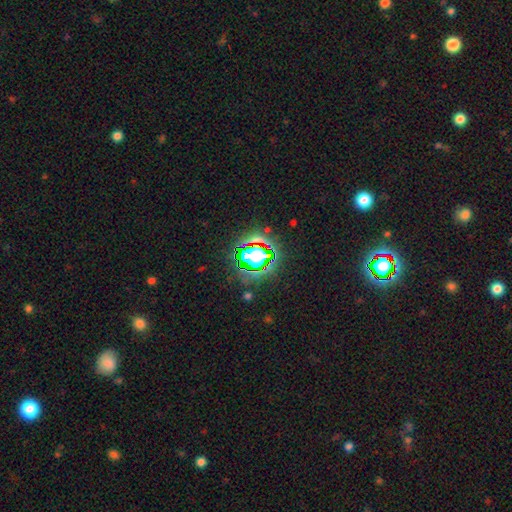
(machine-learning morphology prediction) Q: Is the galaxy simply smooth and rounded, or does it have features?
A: star or artifact — 64%.